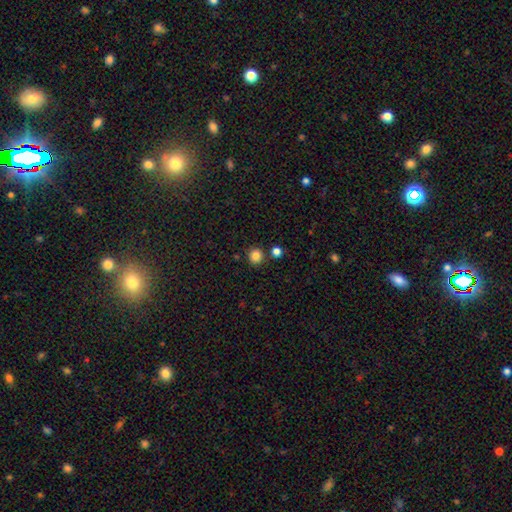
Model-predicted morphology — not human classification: A smooth galaxy with no disk features (84%) that is round (92%). Merging: none (85%).